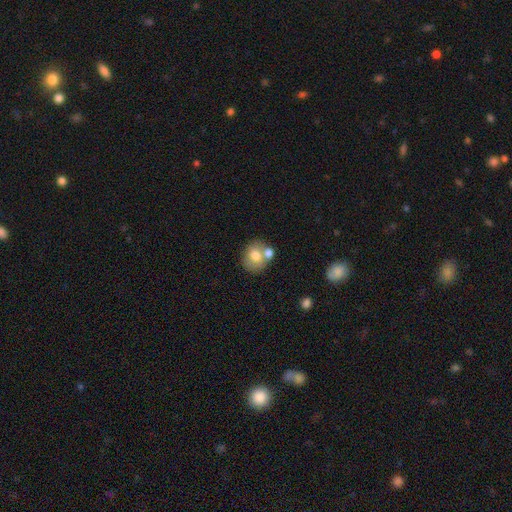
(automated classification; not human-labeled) Smooth or featured?
  - smooth: 74% *
  - featured or disk: 18%
  - star or artifact: 9%
How rounded?
  - round: 67% *
  - in between: 32%
  - cigar-shaped: 1%
Merging?
  - none: 53% *
  - merger: 31%
  - minor disturbance: 12%
  - major disturbance: 4%